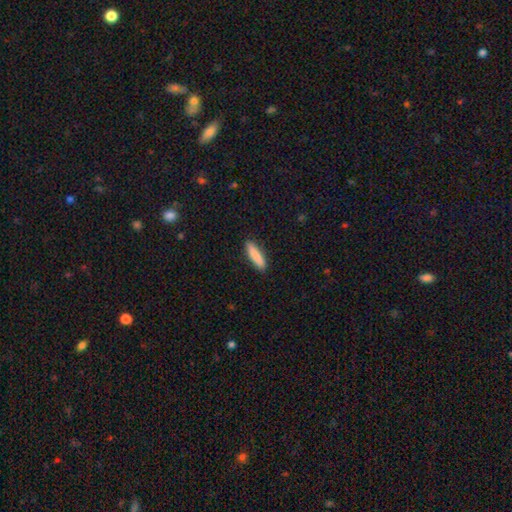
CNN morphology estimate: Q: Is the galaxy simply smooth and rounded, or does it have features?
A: smooth — 86%.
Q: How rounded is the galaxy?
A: cigar-shaped — 75%.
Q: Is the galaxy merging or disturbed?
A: none — 89%.